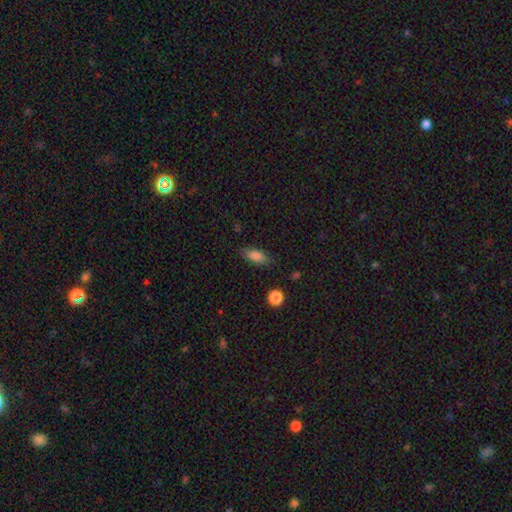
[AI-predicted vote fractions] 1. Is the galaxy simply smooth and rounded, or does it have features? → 82% smooth, 9% star or artifact, 9% featured or disk.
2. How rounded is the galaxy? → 80% in between, 15% cigar-shaped, 5% round.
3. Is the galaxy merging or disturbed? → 80% none, 14% minor disturbance, 4% major disturbance, 2% merger.